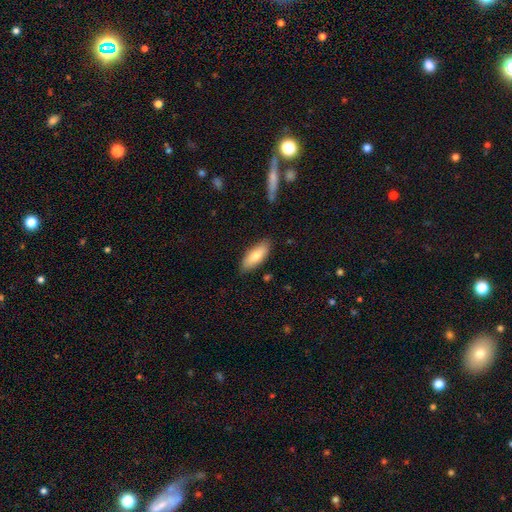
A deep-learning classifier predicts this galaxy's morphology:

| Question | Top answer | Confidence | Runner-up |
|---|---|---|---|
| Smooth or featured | smooth | 80% | featured or disk (14%) |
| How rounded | in between | 75% | cigar-shaped (23%) |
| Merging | none | 82% | minor disturbance (14%) |